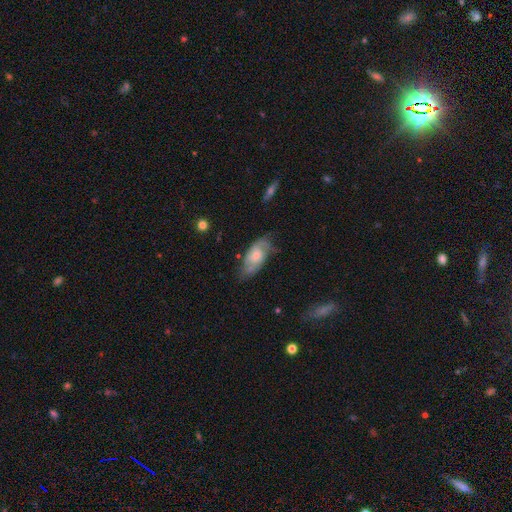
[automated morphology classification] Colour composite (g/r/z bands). It shows a featured or disk galaxy (60%) with no bar (72%), spiral arms (84%) and a small central bulge (49%). Merging: none (58%).